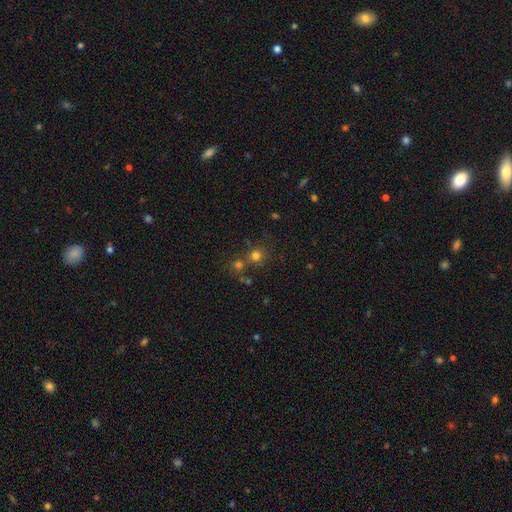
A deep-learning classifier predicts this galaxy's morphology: smooth-or-featured: smooth: 72% | star or artifact: 20% | featured or disk: 8%
  how-rounded: round: 89% | in between: 10% | cigar-shaped: 1%
  merging: none: 61% | merger: 28% | minor disturbance: 7% | major disturbance: 3%